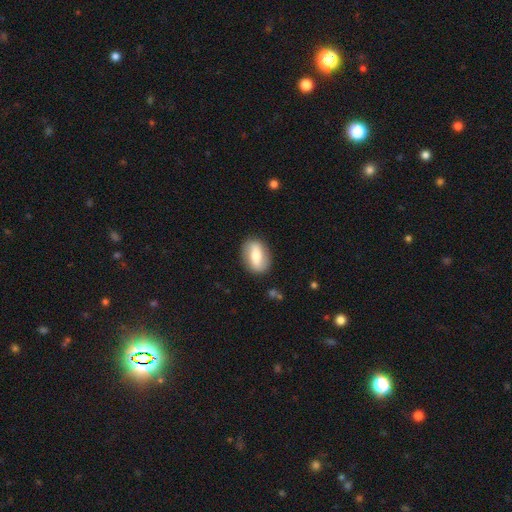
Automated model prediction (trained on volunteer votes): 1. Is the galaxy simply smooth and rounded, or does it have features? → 54% smooth, 39% featured or disk, 7% star or artifact.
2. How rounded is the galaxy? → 78% in between, 18% round, 5% cigar-shaped.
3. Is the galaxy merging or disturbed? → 85% none, 10% minor disturbance, 3% major disturbance, 1% merger.